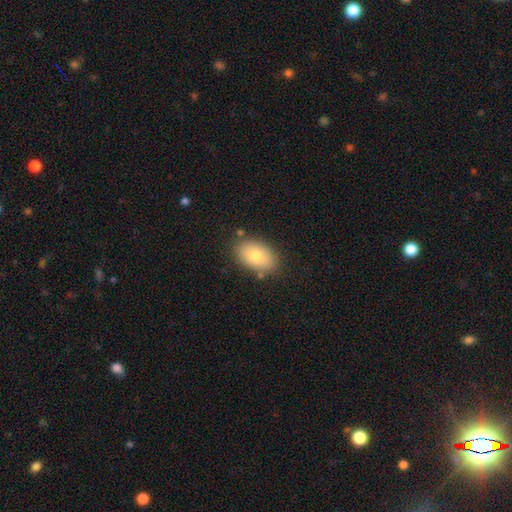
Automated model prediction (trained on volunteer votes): A smooth galaxy with no disk features (78%) that is in between round and cigar-shaped (88%). Merging: none (82%).